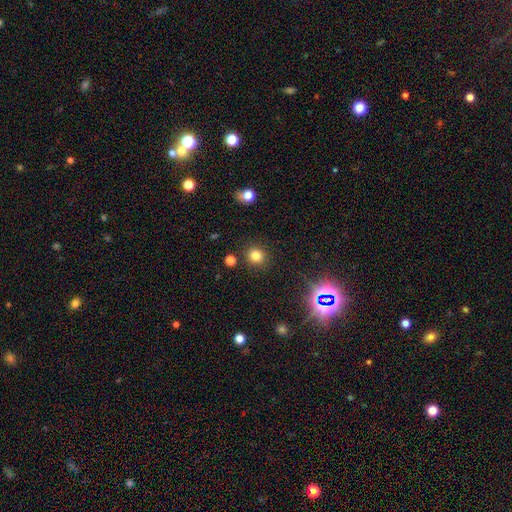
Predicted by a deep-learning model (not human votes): Smooth or featured: smooth — 79% (star or artifact — 16%)
How rounded: round — 91% (in between — 8%)
Merging: none — 88% (minor disturbance — 7%)